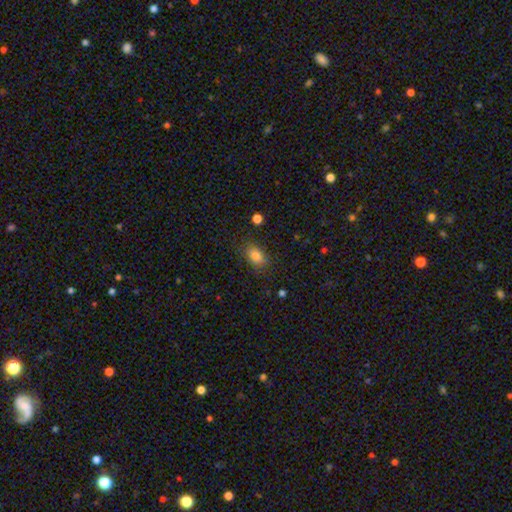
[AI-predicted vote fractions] smooth_or_featured: smooth (p=0.84) [alt: star or artifact p=0.09]
how_rounded: in between (p=0.84) [alt: round p=0.14]
merging: none (p=0.82) [alt: minor disturbance p=0.13]